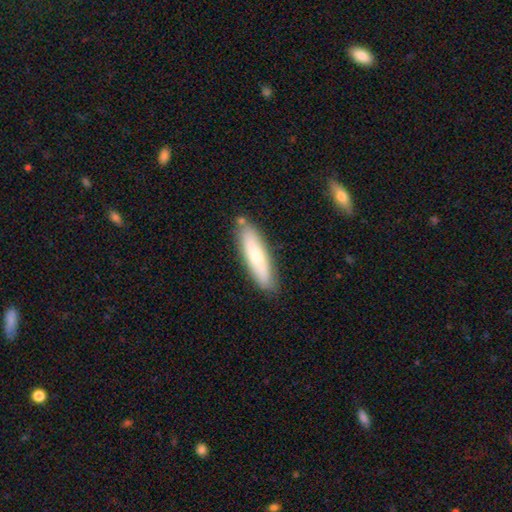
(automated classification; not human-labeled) Q: Smooth or featured?
A: smooth (66%); runner-up: featured or disk (28%)
Q: How rounded?
A: cigar-shaped (69%); runner-up: in between (29%)
Q: Merging?
A: none (79%); runner-up: minor disturbance (14%)